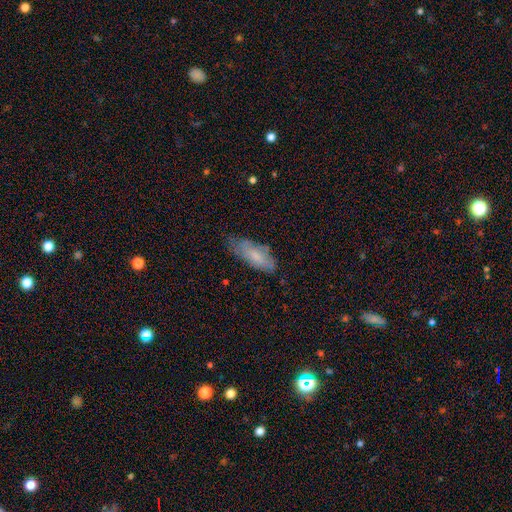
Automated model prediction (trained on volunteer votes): Smooth or featured? smooth (69%)
How rounded? in between (72%)
Merging? none (52%)